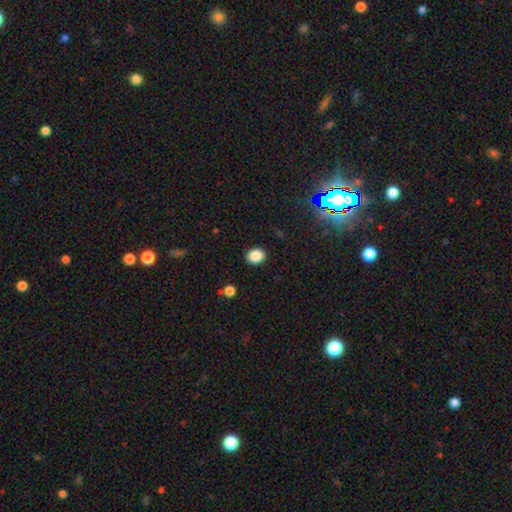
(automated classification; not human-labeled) Smooth or featured: smooth — 87% (star or artifact — 10%)
How rounded: round — 60% (in between — 39%)
Merging: none — 90% (minor disturbance — 7%)